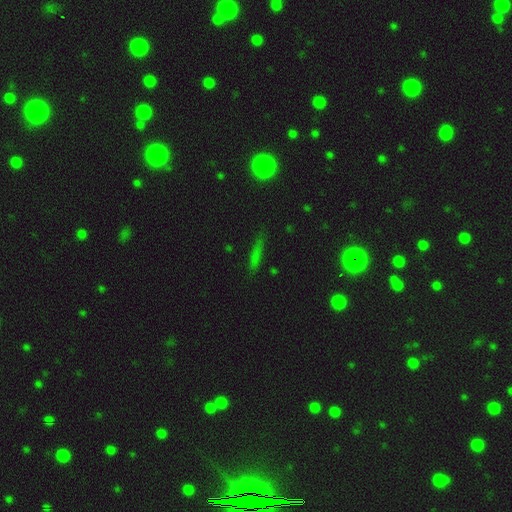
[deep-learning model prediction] This appears to be a smooth galaxy with no disk features (59%) that is cigar-shaped (82%). Merging: none (78%).